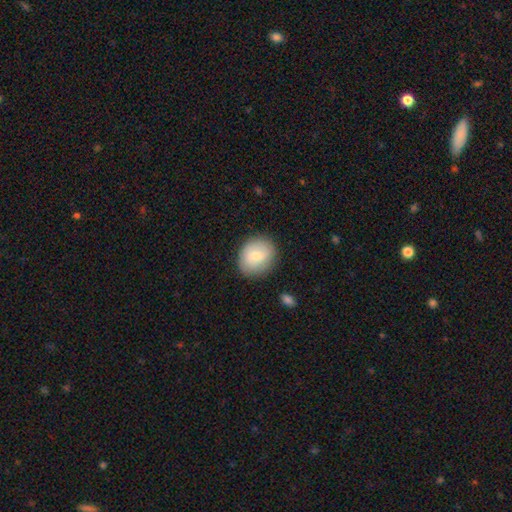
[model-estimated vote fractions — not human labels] A smooth galaxy with no disk features (71%) that is round (66%).

Vote fractions:
- Smooth or featured? smooth: 71% / featured or disk: 22% / star or artifact: 7%
- How rounded? round: 66% / in between: 33% / cigar-shaped: 1%
- Merging? none: 83% / minor disturbance: 12% / major disturbance: 3% / merger: 2%